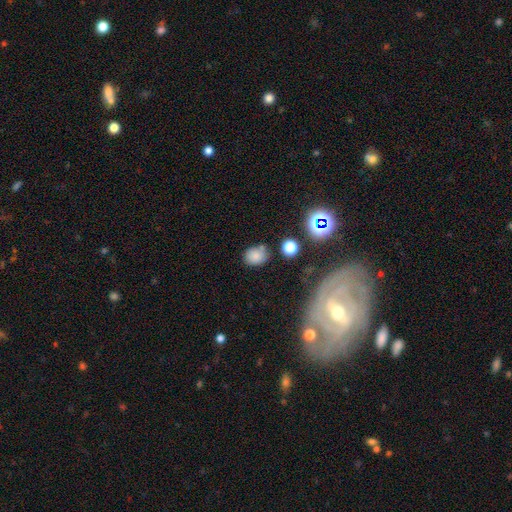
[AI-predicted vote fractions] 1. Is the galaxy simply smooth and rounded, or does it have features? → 77% smooth, 15% star or artifact, 8% featured or disk.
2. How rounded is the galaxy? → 53% round, 46% in between, 1% cigar-shaped.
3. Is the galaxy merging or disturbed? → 66% none, 19% minor disturbance, 11% merger, 5% major disturbance.